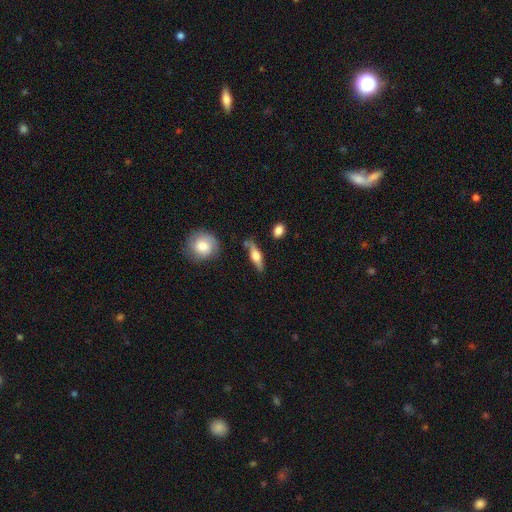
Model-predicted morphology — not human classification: featured or disk 54%, smooth 39%, star or artifact 6%. Down the decision tree: edge-on disk — yes (90%); merging — none (75%).